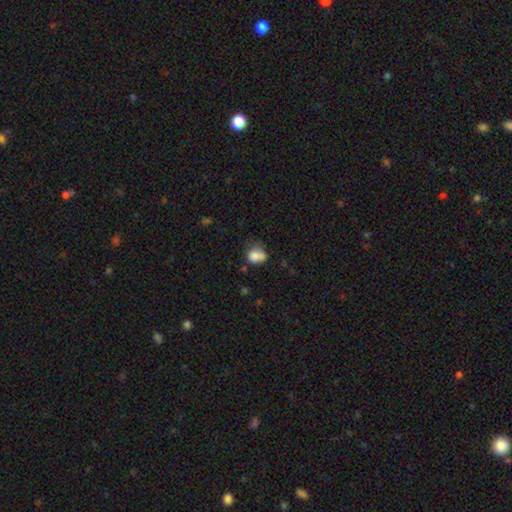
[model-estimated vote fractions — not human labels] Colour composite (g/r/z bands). It shows a smooth galaxy with no disk features (79%) that is round (52%). Merging: none (37%).